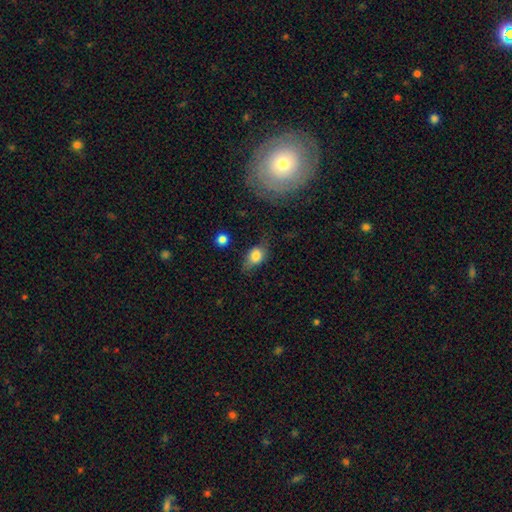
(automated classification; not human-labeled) Q: Smooth or featured?
A: smooth (77%); runner-up: featured or disk (14%)
Q: How rounded?
A: in between (74%); runner-up: round (22%)
Q: Merging?
A: none (51%); runner-up: minor disturbance (32%)